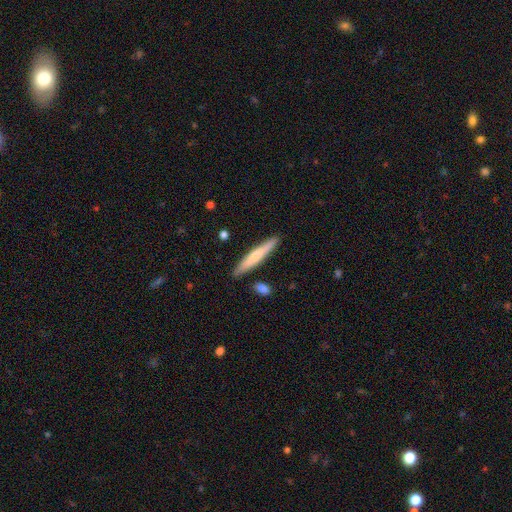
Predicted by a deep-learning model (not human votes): Smooth or featured?
  - smooth: 63% *
  - featured or disk: 32%
  - star or artifact: 5%
How rounded?
  - cigar-shaped: 93% *
  - in between: 6%
  - round: 1%
Merging?
  - none: 86% *
  - minor disturbance: 9%
  - merger: 3%
  - major disturbance: 2%